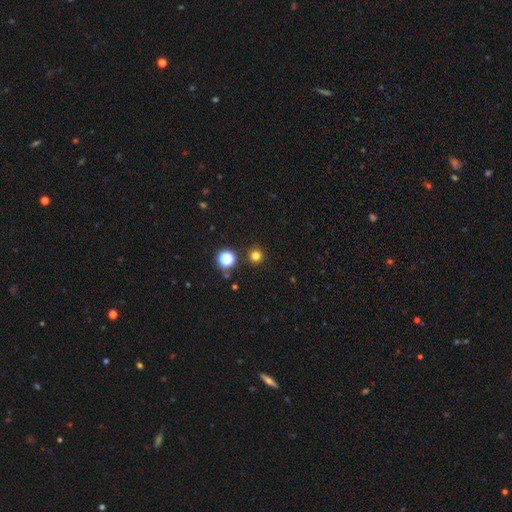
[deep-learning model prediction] smooth 78%, star or artifact 18%, featured or disk 5%. Down the decision tree: how rounded — round (95%); merging — none (91%).